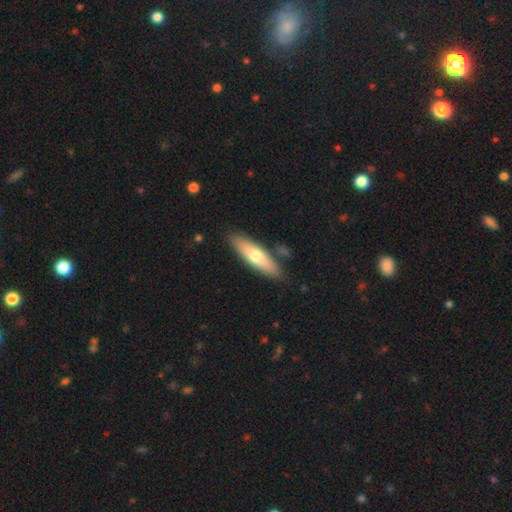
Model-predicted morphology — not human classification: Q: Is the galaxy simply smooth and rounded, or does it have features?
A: smooth — 63%.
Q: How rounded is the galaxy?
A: cigar-shaped — 62%.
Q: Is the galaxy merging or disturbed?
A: none — 83%.